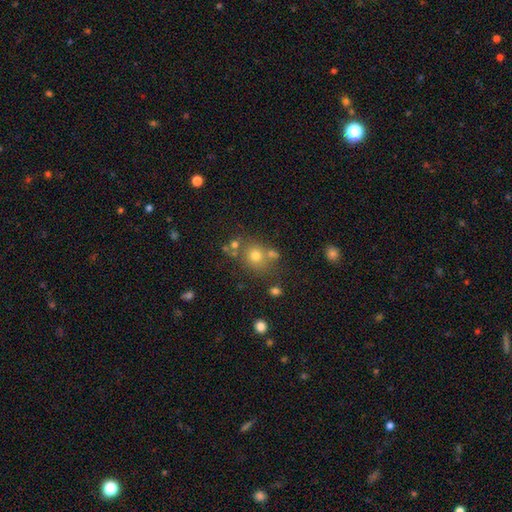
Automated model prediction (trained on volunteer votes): smooth 69%, star or artifact 19%, featured or disk 12%. Down the decision tree: how rounded — round (78%); merging — none (66%).